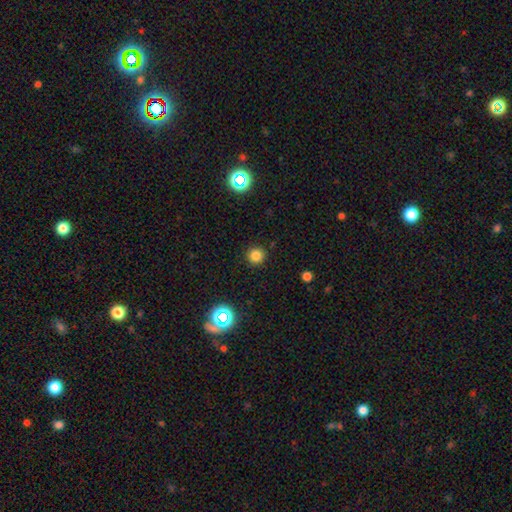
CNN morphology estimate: smooth-or-featured: smooth: 80% | star or artifact: 16% | featured or disk: 4%
  how-rounded: round: 94% | in between: 5% | cigar-shaped: 1%
  merging: none: 91% | minor disturbance: 5% | major disturbance: 2% | merger: 1%